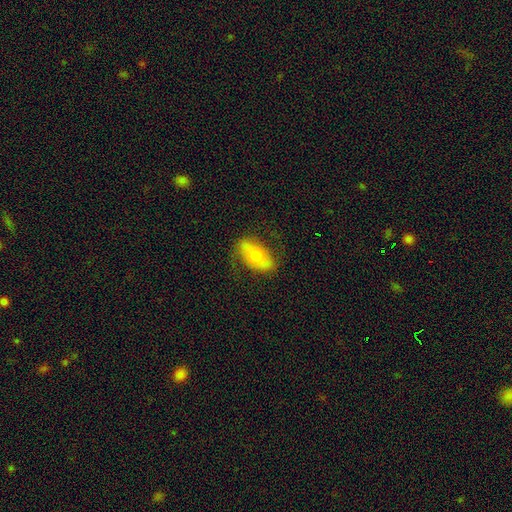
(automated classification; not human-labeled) Q: Smooth or featured?
A: smooth (50%); runner-up: featured or disk (43%)
Q: Merging?
A: none (76%); runner-up: minor disturbance (17%)